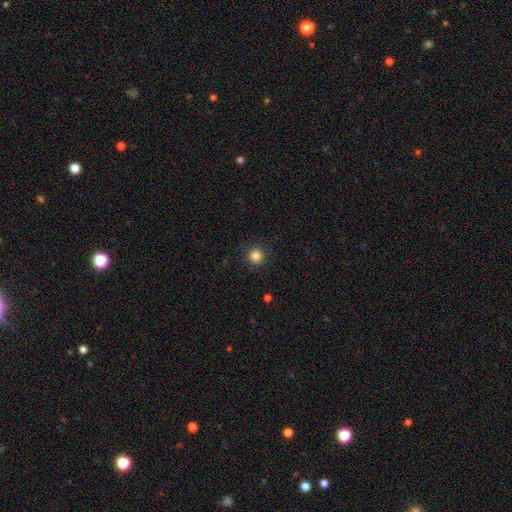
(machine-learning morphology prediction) Smooth or featured? smooth (83%)
How rounded? round (95%)
Merging? none (91%)